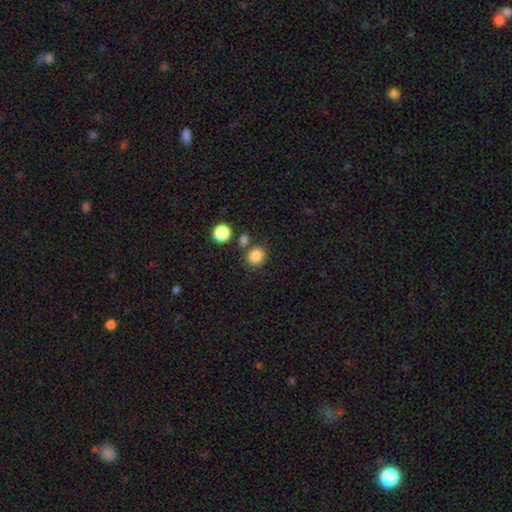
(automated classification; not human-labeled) Smooth or featured?
  - smooth: 84% *
  - star or artifact: 11%
  - featured or disk: 4%
How rounded?
  - round: 78% *
  - in between: 21%
  - cigar-shaped: 1%
Merging?
  - none: 76% *
  - merger: 11%
  - minor disturbance: 10%
  - major disturbance: 3%